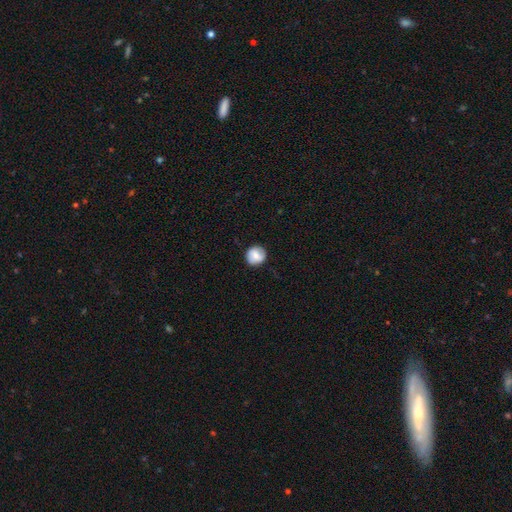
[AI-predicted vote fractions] A smooth galaxy with no disk features (69%) that is round (90%).

Vote fractions:
- Smooth or featured? smooth: 69% / featured or disk: 23% / star or artifact: 8%
- How rounded? round: 90% / in between: 9% / cigar-shaped: 1%
- Merging? none: 84% / minor disturbance: 12% / major disturbance: 3% / merger: 1%